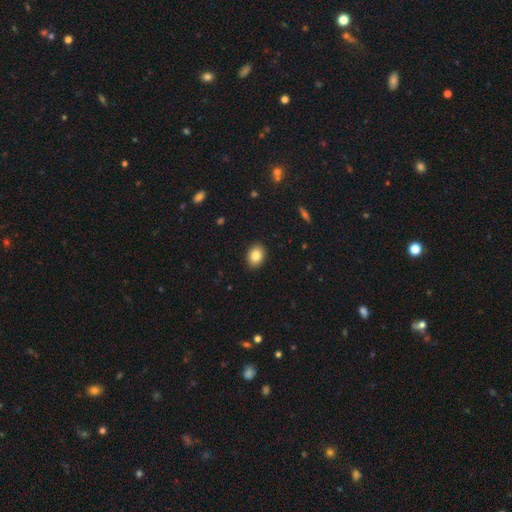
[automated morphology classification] smooth-or-featured: smooth: 84% | star or artifact: 9% | featured or disk: 7%
  how-rounded: in between: 65% | round: 34% | cigar-shaped: 1%
  merging: none: 90% | minor disturbance: 7% | major disturbance: 2% | merger: 1%